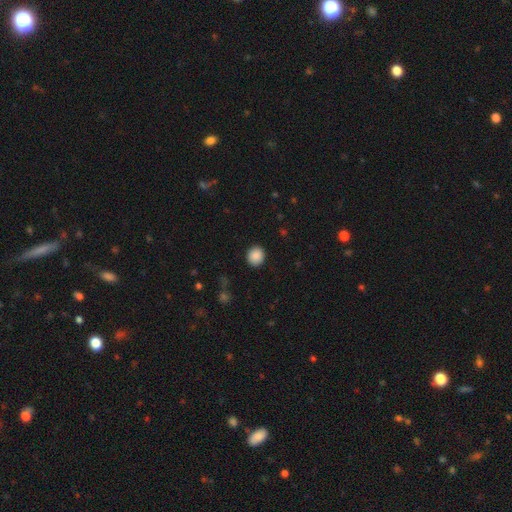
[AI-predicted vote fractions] smooth_or_featured: smooth (p=0.89) [alt: star or artifact p=0.08]
how_rounded: round (p=0.84) [alt: in between p=0.15]
merging: none (p=0.91) [alt: minor disturbance p=0.06]